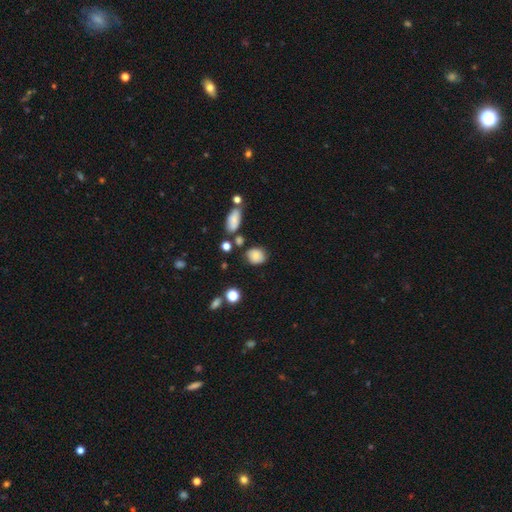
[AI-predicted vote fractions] Smooth or featured?
  - smooth: 80% *
  - star or artifact: 11%
  - featured or disk: 9%
How rounded?
  - round: 61% *
  - in between: 37%
  - cigar-shaped: 1%
Merging?
  - none: 71% *
  - minor disturbance: 18%
  - merger: 5%
  - major disturbance: 5%